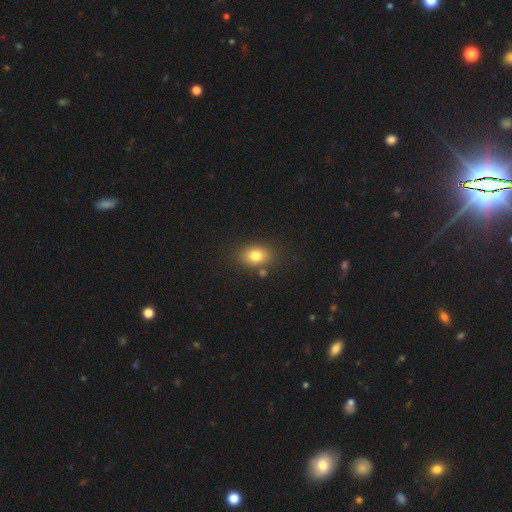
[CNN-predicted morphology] This is likely a smooth galaxy (79%). How rounded: likely in between (68%). Merging: likely none (79%).